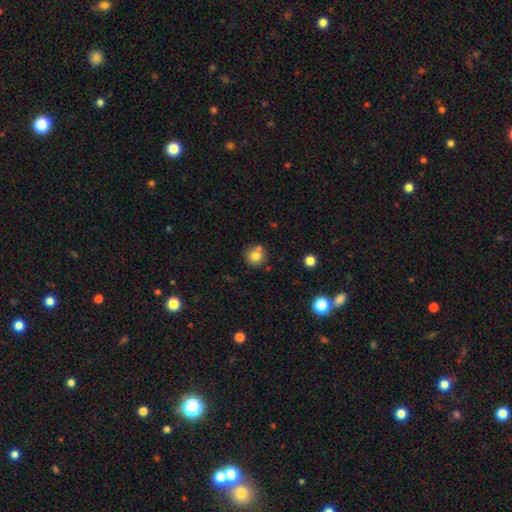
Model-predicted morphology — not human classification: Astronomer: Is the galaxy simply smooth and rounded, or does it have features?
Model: smooth — 78%.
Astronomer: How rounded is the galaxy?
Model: round — 92%.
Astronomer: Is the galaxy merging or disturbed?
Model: none — 70%.